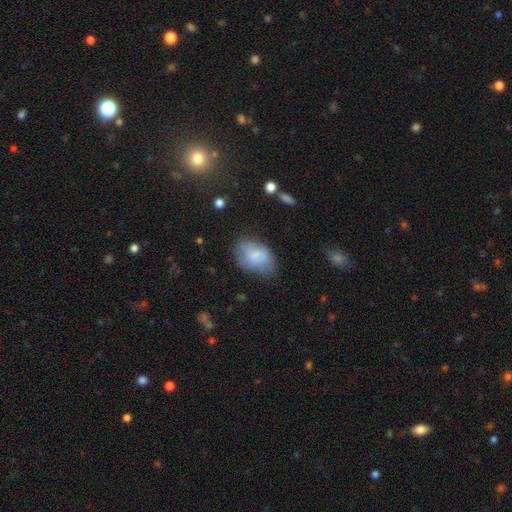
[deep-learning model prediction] Q: Smooth or featured?
A: smooth (70%); runner-up: featured or disk (23%)
Q: How rounded?
A: in between (85%); runner-up: round (13%)
Q: Merging?
A: none (53%); runner-up: minor disturbance (30%)